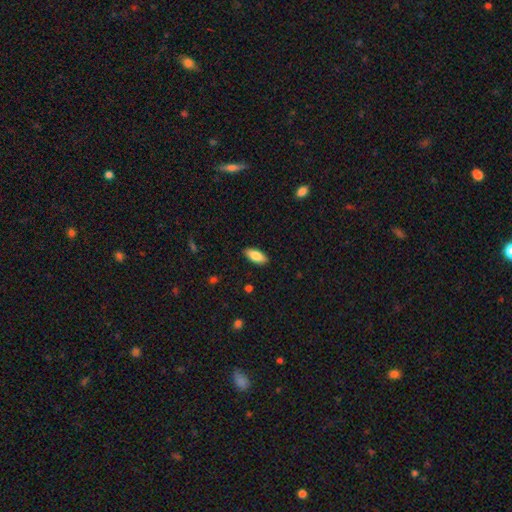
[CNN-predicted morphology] type=smooth (85%); roundness=in between (85%); merging=none (88%).